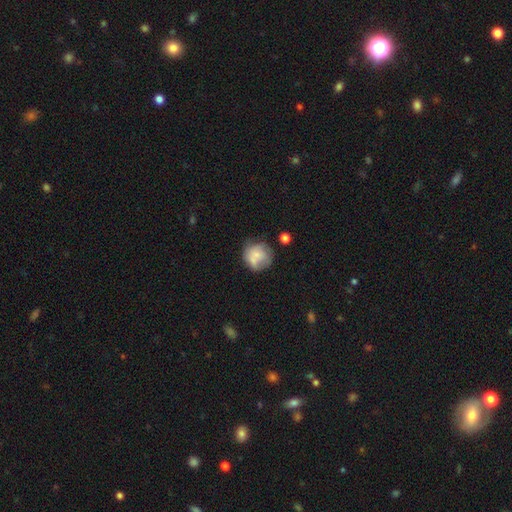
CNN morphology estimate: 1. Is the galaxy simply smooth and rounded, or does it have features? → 64% smooth, 28% featured or disk, 8% star or artifact.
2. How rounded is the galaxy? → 86% round, 13% in between, 1% cigar-shaped.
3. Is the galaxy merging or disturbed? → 51% none, 25% minor disturbance, 12% merger, 12% major disturbance.